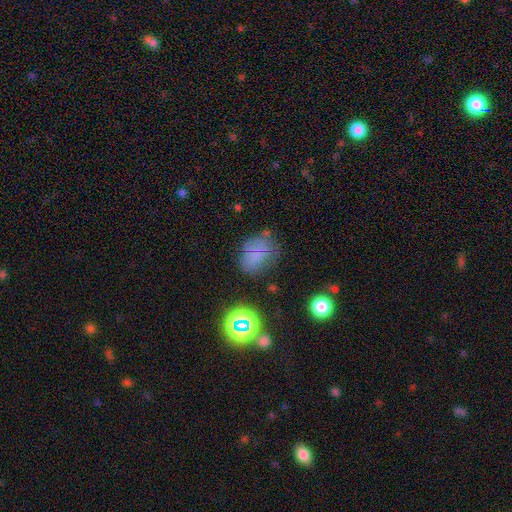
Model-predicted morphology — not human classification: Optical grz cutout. It shows a smooth galaxy with no disk features (61%) that is in between round and cigar-shaped (66%). Merging: none (58%).